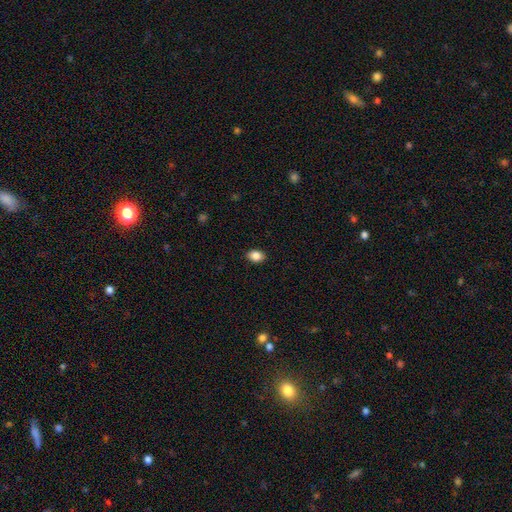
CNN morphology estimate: smooth-or-featured: smooth: 87% | star or artifact: 9% | featured or disk: 5%
  how-rounded: in between: 72% | round: 26% | cigar-shaped: 1%
  merging: none: 89% | minor disturbance: 8% | major disturbance: 2% | merger: 1%